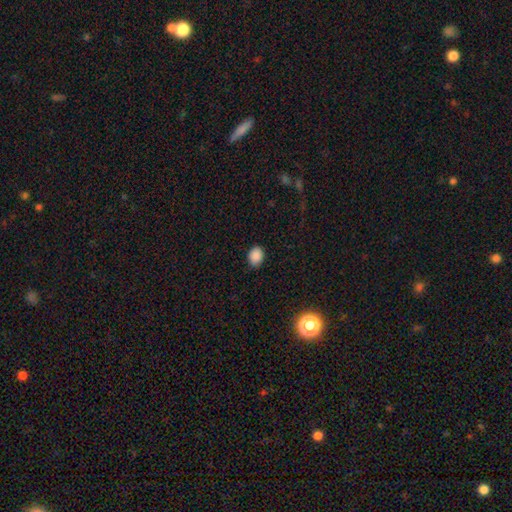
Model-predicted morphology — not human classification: A smooth galaxy with no disk features (88%) that is in between round and cigar-shaped (64%). Merging: none (87%).